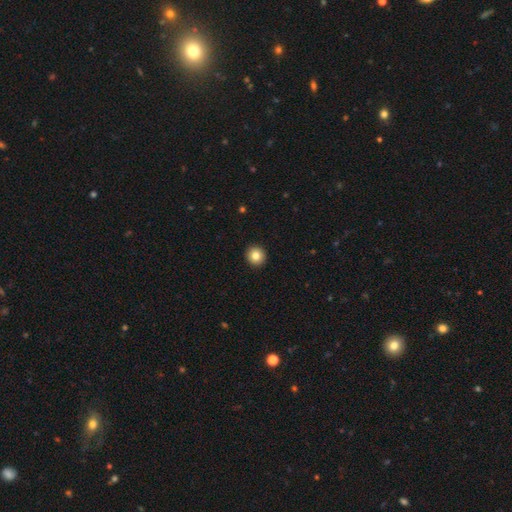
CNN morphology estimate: This is clearly a smooth galaxy (83%). How rounded: clearly round (94%). Merging: clearly none (94%).